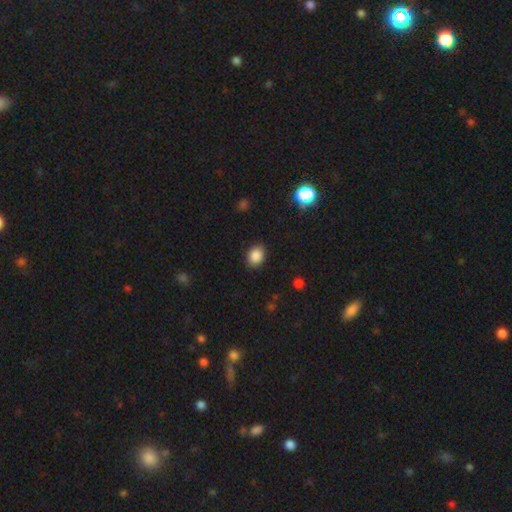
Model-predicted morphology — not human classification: Overall: smooth (87%). How rounded: in between (55%; round 44%). Merging: none (87%).